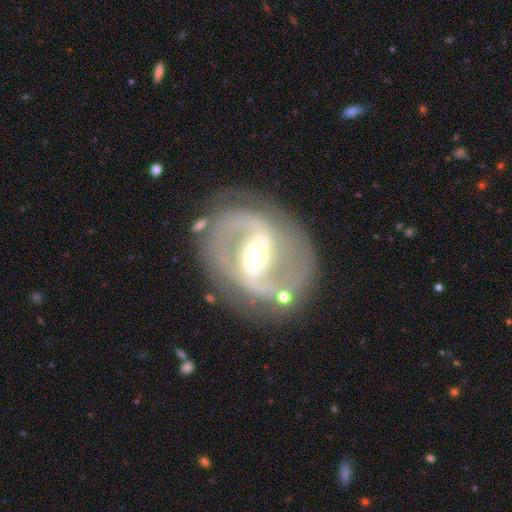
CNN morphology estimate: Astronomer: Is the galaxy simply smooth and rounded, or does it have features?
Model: featured or disk — 87%.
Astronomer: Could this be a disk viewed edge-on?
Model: no — 96%.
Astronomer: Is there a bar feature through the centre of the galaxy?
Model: strong — 53% (runner-up: weak, 34%).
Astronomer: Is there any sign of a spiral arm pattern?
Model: yes — 87%.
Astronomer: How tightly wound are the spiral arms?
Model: medium — 46% (runner-up: tight, 36%).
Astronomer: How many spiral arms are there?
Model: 2 — 81%.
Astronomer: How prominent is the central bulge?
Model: moderate — 59%.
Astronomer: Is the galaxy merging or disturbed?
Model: none — 72%.